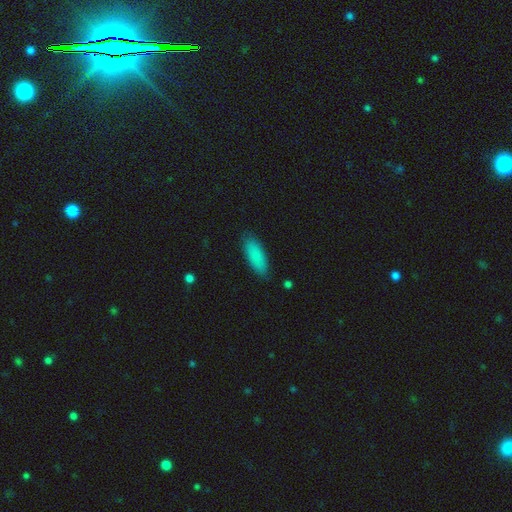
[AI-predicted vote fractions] This is clearly a smooth galaxy (87%). How rounded: likely in between (68%). Merging: clearly none (85%).